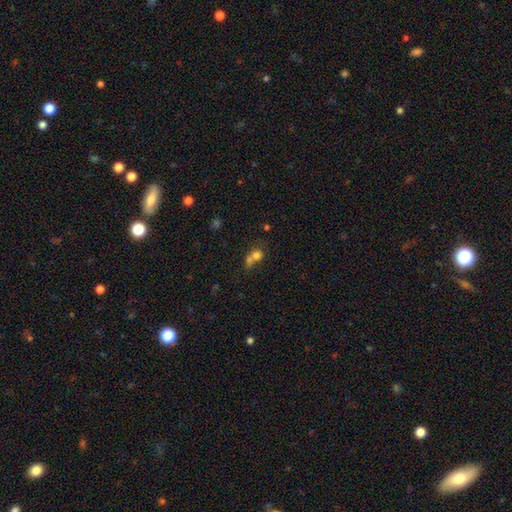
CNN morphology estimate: smooth_or_featured: smooth (p=0.71) [alt: featured or disk p=0.15]
how_rounded: round (p=0.74) [alt: in between p=0.25]
merging: merger (p=0.60) [alt: none p=0.26]